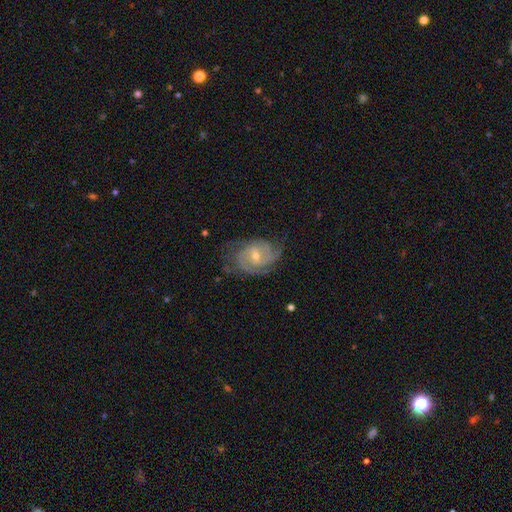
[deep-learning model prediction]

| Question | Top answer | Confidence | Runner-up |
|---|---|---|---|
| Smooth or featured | featured or disk | 85% | smooth (9%) |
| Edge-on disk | no | 97% | yes (3%) |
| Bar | no | 52% | weak (40%) |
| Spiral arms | yes | 96% | no (4%) |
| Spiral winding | tight | 59% | medium (34%) |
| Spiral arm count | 2 | 35% | 3 (29%) |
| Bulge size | small | 51% | moderate (46%) |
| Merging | none | 69% | minor disturbance (22%) |